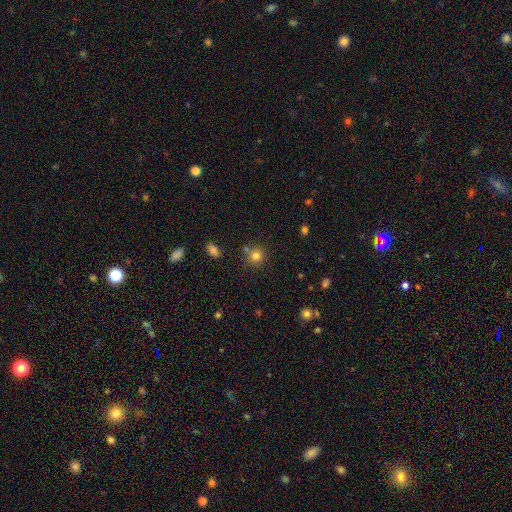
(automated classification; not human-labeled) Smooth or featured?
  - smooth: 80% *
  - star or artifact: 13%
  - featured or disk: 7%
How rounded?
  - round: 89% *
  - in between: 10%
  - cigar-shaped: 1%
Merging?
  - none: 72% *
  - merger: 14%
  - minor disturbance: 10%
  - major disturbance: 3%